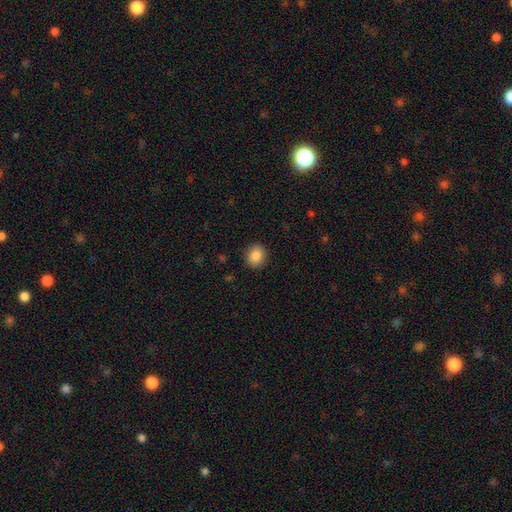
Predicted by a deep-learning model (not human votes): smooth-or-featured: smooth: 87% | star or artifact: 9% | featured or disk: 4%
  how-rounded: round: 69% | in between: 30% | cigar-shaped: 1%
  merging: none: 89% | minor disturbance: 7% | major disturbance: 2% | merger: 1%